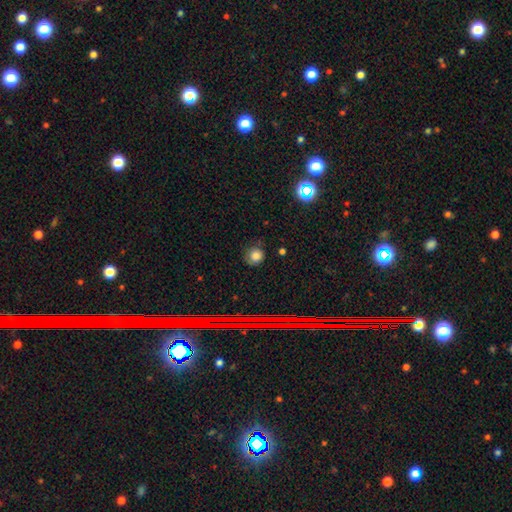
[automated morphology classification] smooth 78%, star or artifact 13%, featured or disk 9%. Down the decision tree: how rounded — round (81%); merging — none (73%).